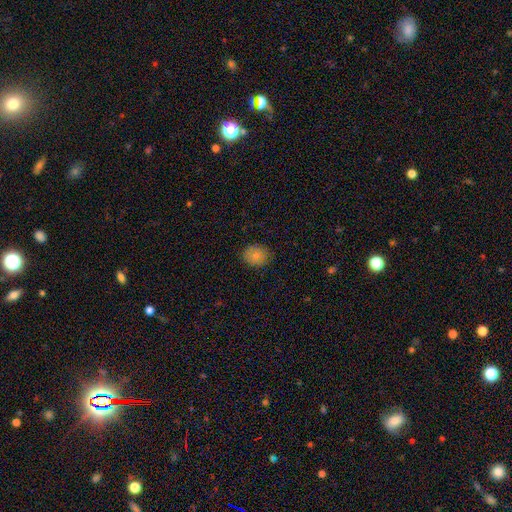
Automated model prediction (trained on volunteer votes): Smooth or featured: smooth — 82% (star or artifact — 10%)
How rounded: round — 63% (in between — 36%)
Merging: none — 85% (minor disturbance — 11%)